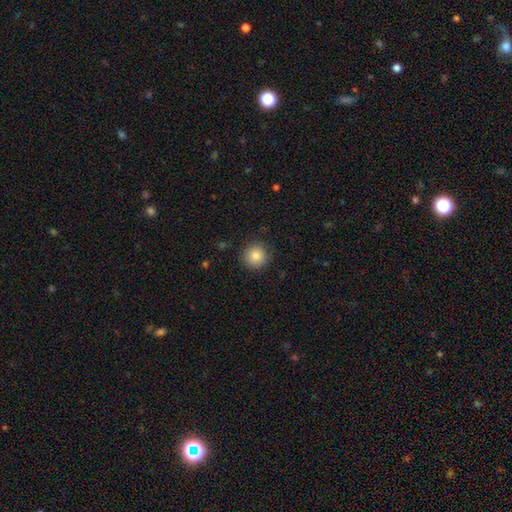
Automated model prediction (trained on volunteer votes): Smooth or featured? smooth (84%)
How rounded? round (94%)
Merging? none (89%)